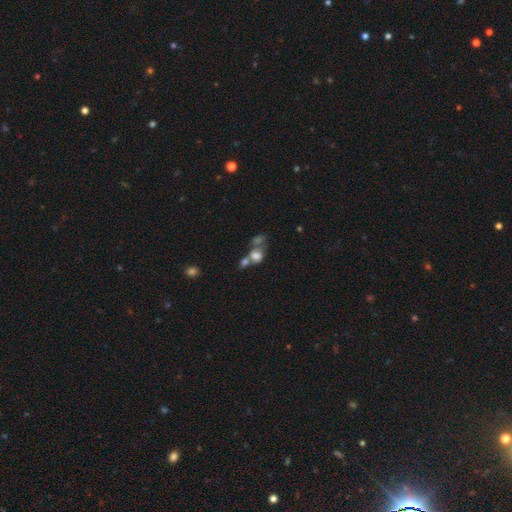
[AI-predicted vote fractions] The model was most divided on "how rounded" (2-way tie): in between: 49%, round: 49%, cigar-shaped: 2%. More confident: smooth or featured — smooth (69%); merging — merger (58%).